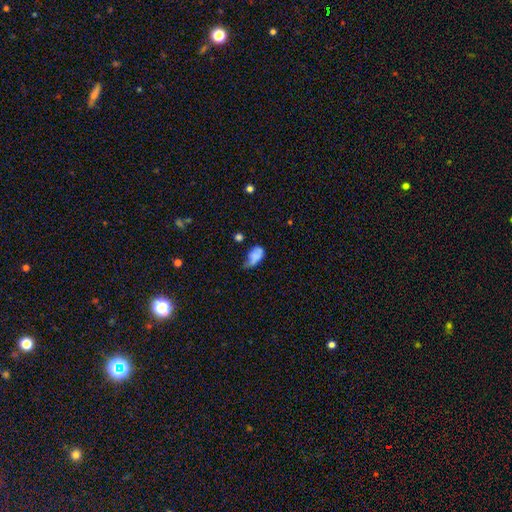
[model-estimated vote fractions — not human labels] A smooth galaxy with no disk features (72%) that is in between round and cigar-shaped (88%). Merging: minor disturbance (39%).